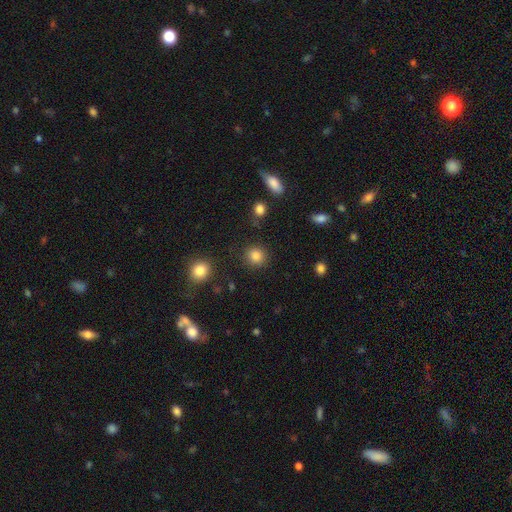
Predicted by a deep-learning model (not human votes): A smooth galaxy with no disk features (85%) that is round (87%).

Vote fractions:
- Smooth or featured? smooth: 85% / star or artifact: 11% / featured or disk: 4%
- How rounded? round: 87% / in between: 12% / cigar-shaped: 1%
- Merging? none: 88% / minor disturbance: 7% / major disturbance: 3% / merger: 2%